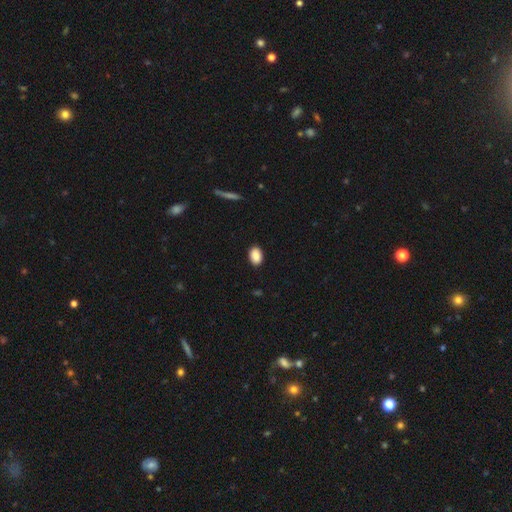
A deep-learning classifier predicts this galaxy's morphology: A smooth galaxy with no disk features (90%) that is in between round and cigar-shaped (87%). Merging: none (89%).